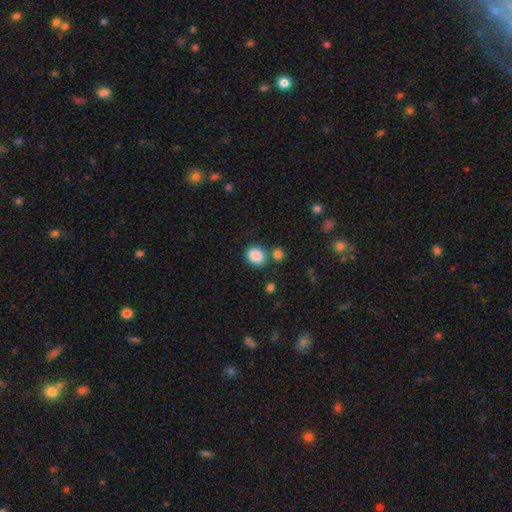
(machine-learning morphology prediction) The model was most divided on "how rounded": round: 54%, in between: 45%, cigar-shaped: 1%. More confident: smooth or featured — smooth (87%); merging — none (72%).